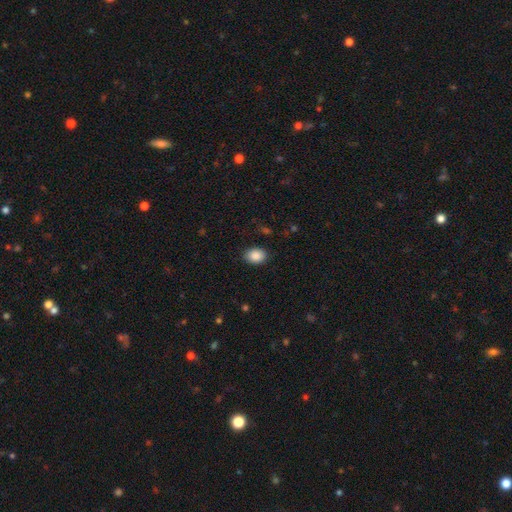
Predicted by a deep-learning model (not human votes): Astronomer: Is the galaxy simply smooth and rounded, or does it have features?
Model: smooth — 89%.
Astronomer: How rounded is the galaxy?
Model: in between — 65%.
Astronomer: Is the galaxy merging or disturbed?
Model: none — 86%.